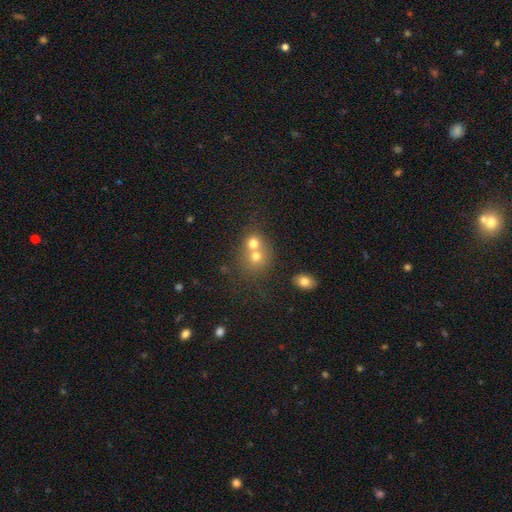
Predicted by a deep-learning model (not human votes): The model was most divided on "merging": merger: 54%, none: 36%, minor disturbance: 6%, major disturbance: 3%. More confident: how rounded — round (77%); smooth or featured — smooth (63%).